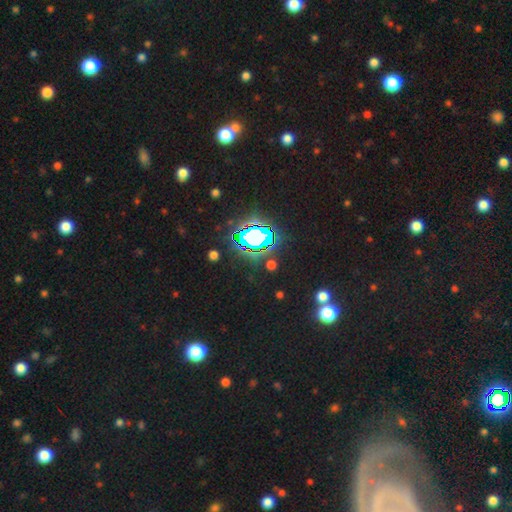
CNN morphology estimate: This is likely a star or artifact rather than a galaxy (75%).